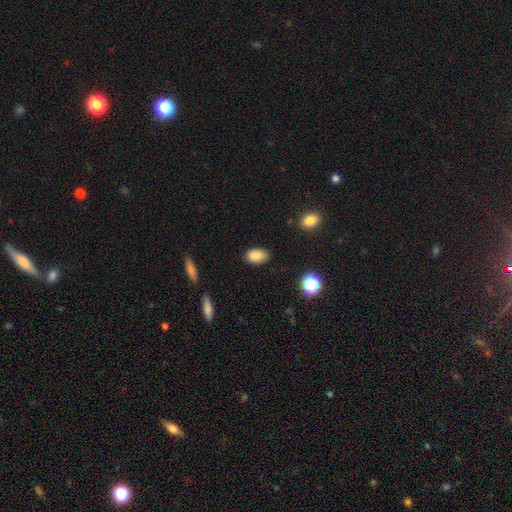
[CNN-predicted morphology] This appears to be a smooth galaxy with no disk features (86%) that is in between round and cigar-shaped (89%). Merging: none (86%).